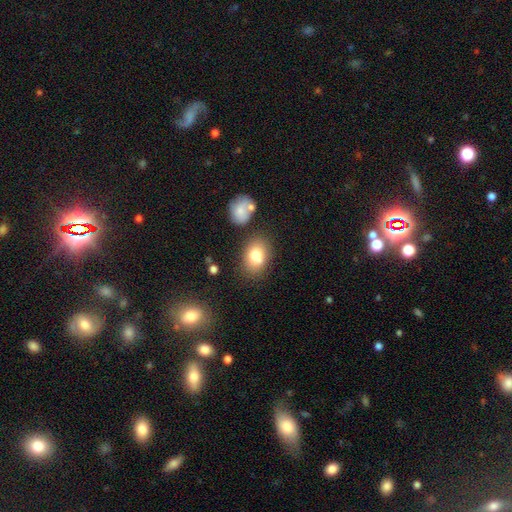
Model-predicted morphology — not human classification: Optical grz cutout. It shows a smooth galaxy with no disk features (80%) that is in between round and cigar-shaped (77%). Merging: none (74%).